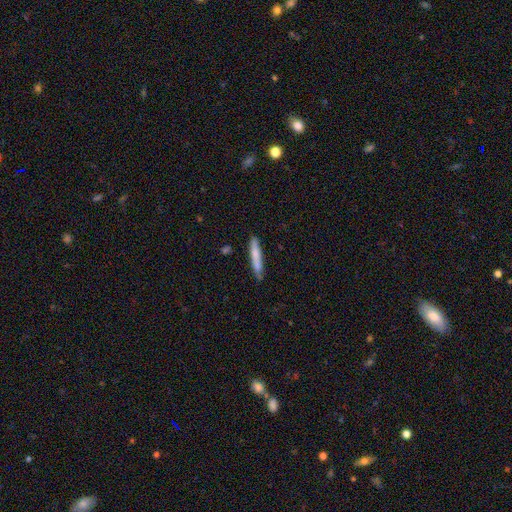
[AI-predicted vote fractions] smooth_or_featured: smooth (p=0.72) [alt: featured or disk p=0.22]
how_rounded: cigar-shaped (p=0.93) [alt: in between p=0.06]
merging: none (p=0.79) [alt: minor disturbance p=0.16]